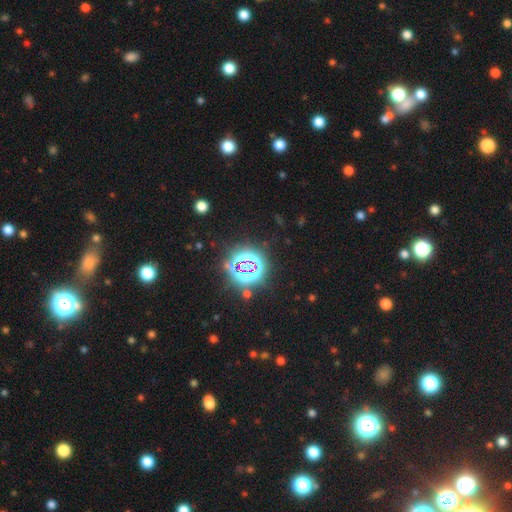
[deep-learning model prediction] smooth_or_featured: star or artifact (p=0.73) [alt: smooth p=0.20]